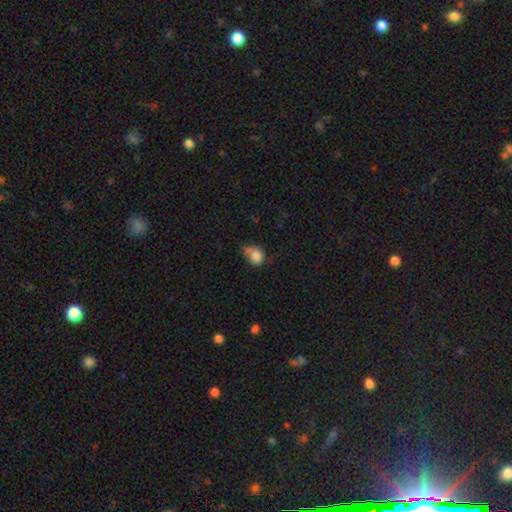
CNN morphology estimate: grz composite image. It shows a smooth galaxy with no disk features (81%) that is in between round and cigar-shaped (50%). Merging: minor disturbance (42%).